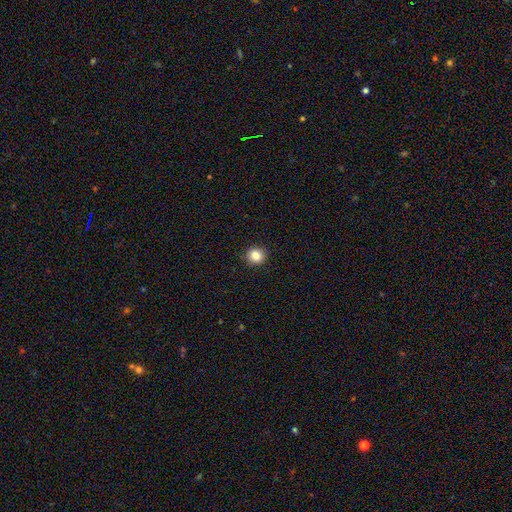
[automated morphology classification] smooth-or-featured: smooth: 85% | star or artifact: 10% | featured or disk: 4%
  how-rounded: round: 88% | in between: 11% | cigar-shaped: 1%
  merging: none: 91% | minor disturbance: 6% | major disturbance: 2% | merger: 1%